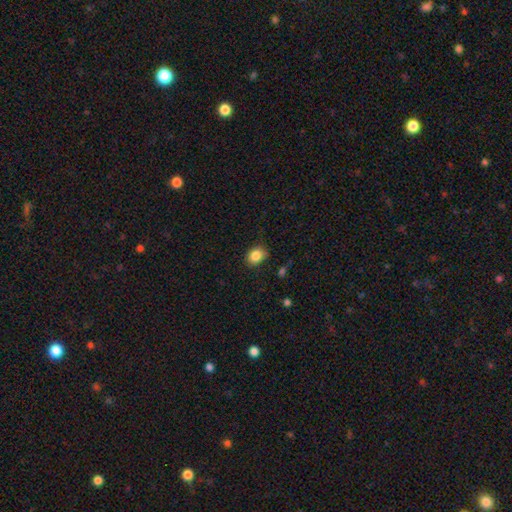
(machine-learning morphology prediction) type=smooth (86%); roundness=in between (55%); merging=none (81%).